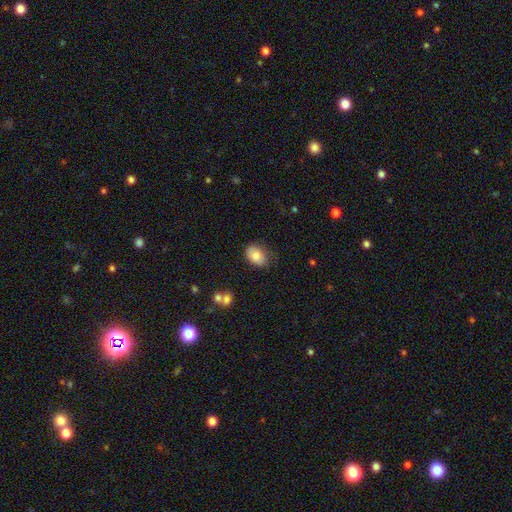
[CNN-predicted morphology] smooth-or-featured: smooth: 83% | featured or disk: 9% | star or artifact: 8%
  how-rounded: in between: 84% | round: 15% | cigar-shaped: 1%
  merging: none: 70% | minor disturbance: 23% | major disturbance: 5% | merger: 2%